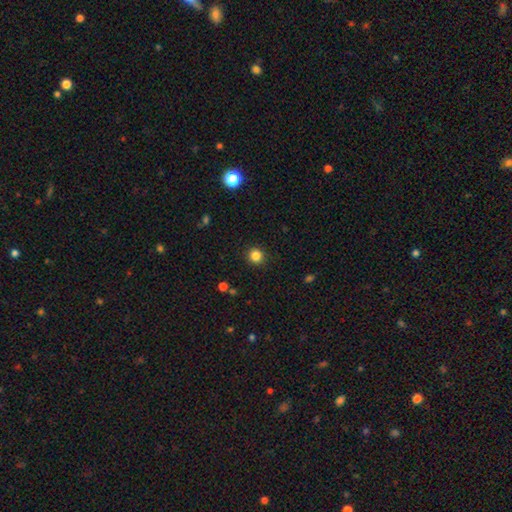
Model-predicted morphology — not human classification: smooth_or_featured: smooth (p=0.84) [alt: star or artifact p=0.12]
how_rounded: round (p=0.93) [alt: in between p=0.07]
merging: none (p=0.92) [alt: minor disturbance p=0.05]